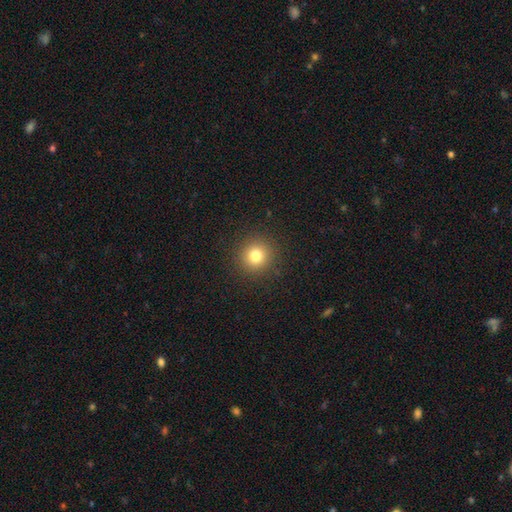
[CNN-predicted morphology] Smooth or featured?
  - smooth: 79% *
  - star or artifact: 14%
  - featured or disk: 7%
How rounded?
  - round: 93% *
  - in between: 6%
  - cigar-shaped: 1%
Merging?
  - none: 91% *
  - minor disturbance: 5%
  - major disturbance: 2%
  - merger: 1%